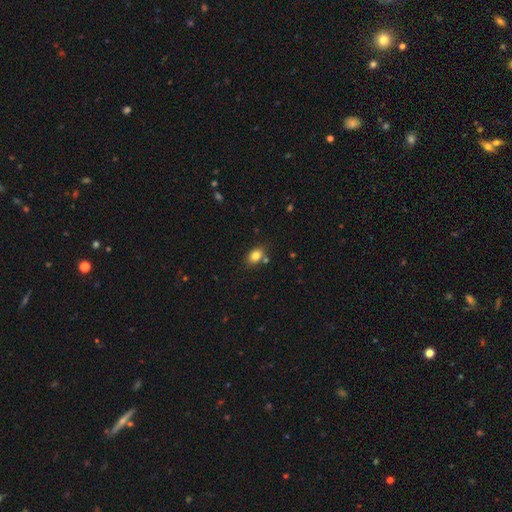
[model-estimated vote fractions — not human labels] Overall: smooth (82%). How rounded: in between (72%). Merging: none (74%).